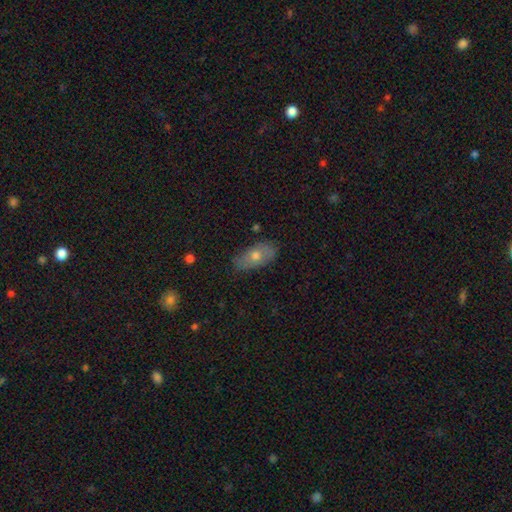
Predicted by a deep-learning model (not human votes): Smooth or featured?
  - smooth: 62% *
  - featured or disk: 29%
  - star or artifact: 9%
How rounded?
  - in between: 85% *
  - cigar-shaped: 10%
  - round: 5%
Merging?
  - none: 77% *
  - minor disturbance: 18%
  - major disturbance: 3%
  - merger: 2%